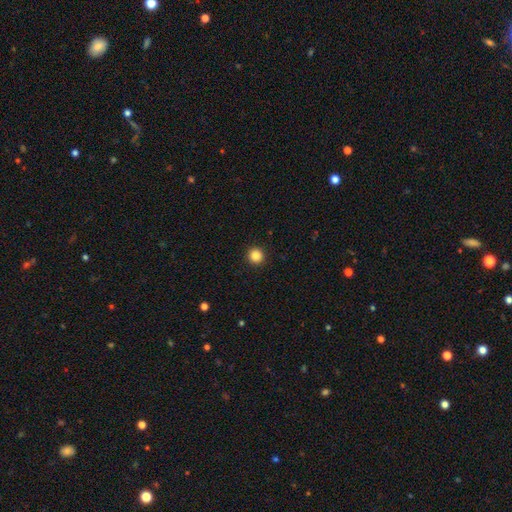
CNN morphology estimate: This appears to be a smooth galaxy with no disk features (87%) that is round (96%). Merging: none (93%).